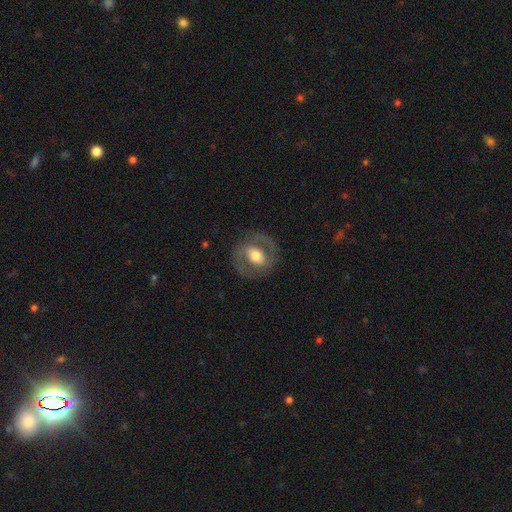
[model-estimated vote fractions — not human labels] Smooth or featured? featured or disk (64%)
Edge-on disk? no (95%)
Bar? weak (37%)
Spiral arms? yes (61%)
Bulge size? moderate (60%)
Merging? none (79%)